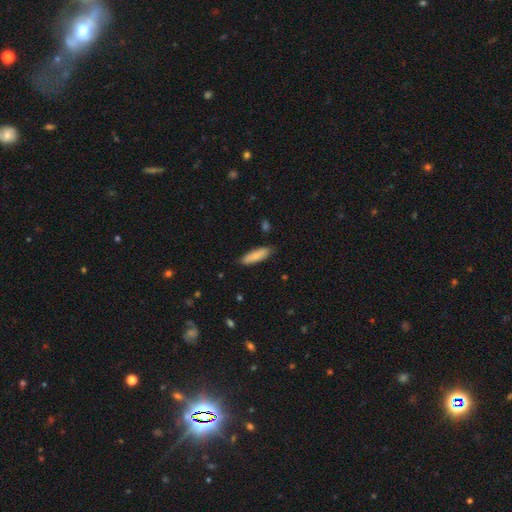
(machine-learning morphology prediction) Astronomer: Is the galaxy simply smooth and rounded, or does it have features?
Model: smooth — 86%.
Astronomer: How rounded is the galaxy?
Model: cigar-shaped — 60% (runner-up: in between, 39%).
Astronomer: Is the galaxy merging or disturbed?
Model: none — 86%.